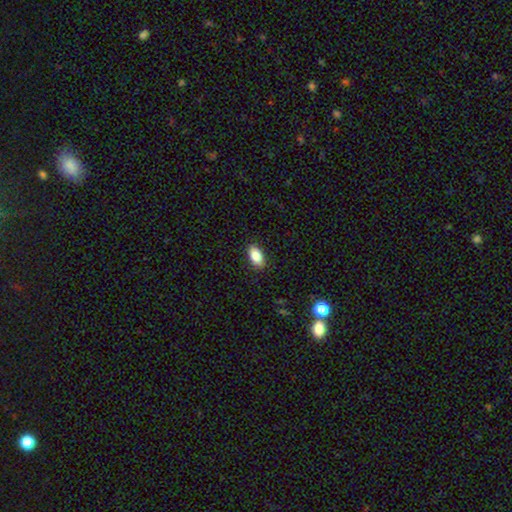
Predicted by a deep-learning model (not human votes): A smooth galaxy with no disk features (86%) that is in between round and cigar-shaped (92%).

Vote fractions:
- Smooth or featured? smooth: 86% / star or artifact: 7% / featured or disk: 7%
- How rounded? in between: 92% / round: 4% / cigar-shaped: 4%
- Merging? none: 89% / minor disturbance: 8% / major disturbance: 2% / merger: 1%